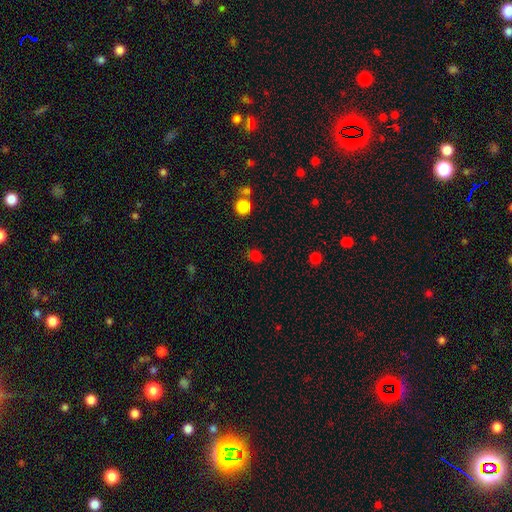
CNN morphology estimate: Smooth or featured?
  - smooth: 73% *
  - star or artifact: 22%
  - featured or disk: 5%
How rounded?
  - round: 65% *
  - in between: 34%
  - cigar-shaped: 1%
Merging?
  - none: 77% *
  - minor disturbance: 13%
  - merger: 5%
  - major disturbance: 5%